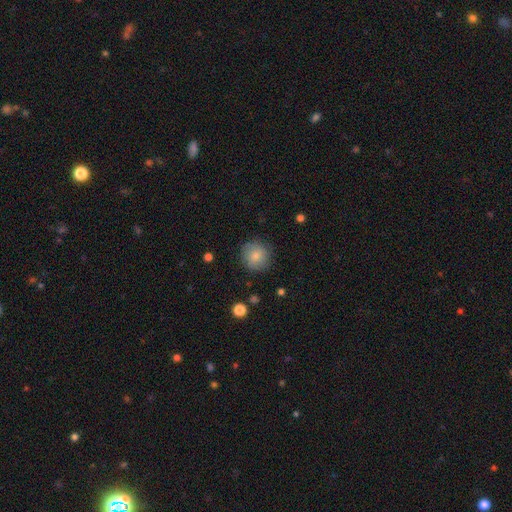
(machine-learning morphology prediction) This is clearly a smooth galaxy (81%). How rounded: clearly round (91%). Merging: clearly none (83%).